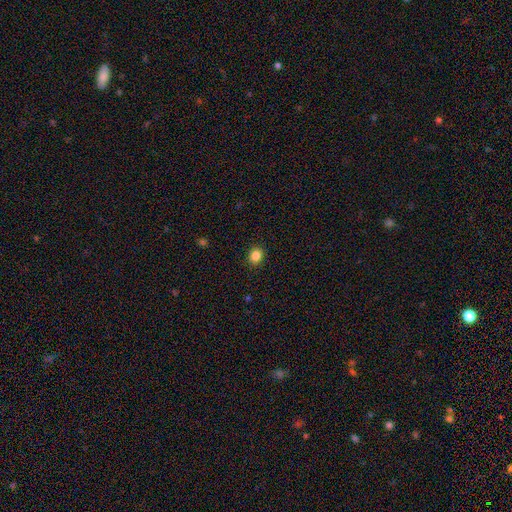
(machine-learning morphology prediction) Overall: smooth (86%). How rounded: round (66%; in between 33%). Merging: none (91%).